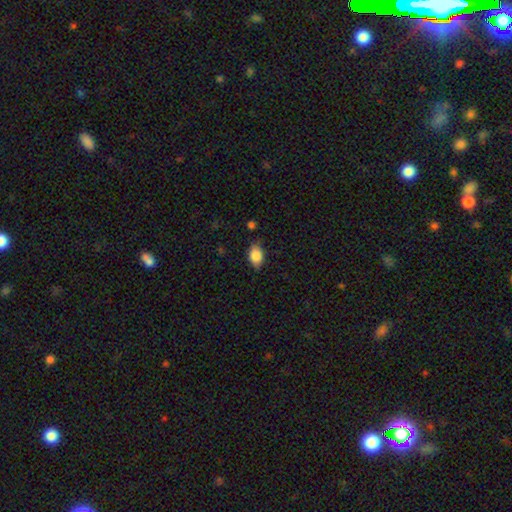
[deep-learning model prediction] Morphology: type=smooth (83%); roundness=in between (84%); merging=none (75%).